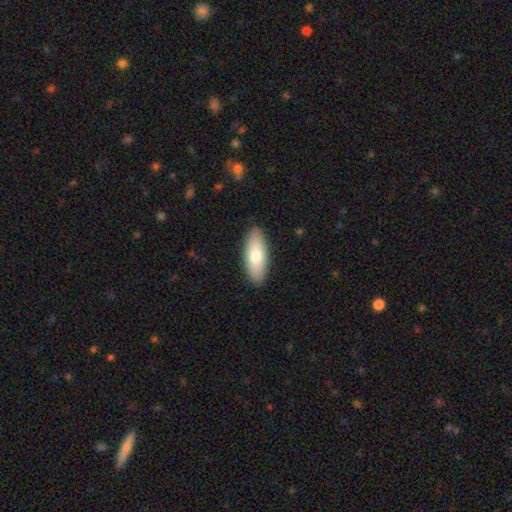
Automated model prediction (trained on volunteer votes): Smooth or featured? smooth (76%)
How rounded? in between (78%)
Merging? none (90%)